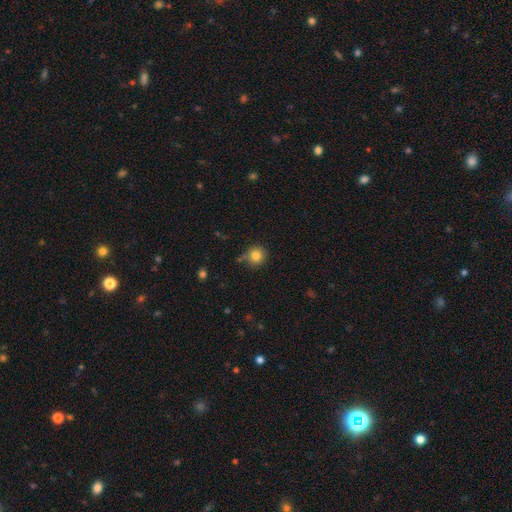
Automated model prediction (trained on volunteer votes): The model was most divided on "merging": none: 72%, minor disturbance: 17%, merger: 6%, major disturbance: 4%. More confident: how rounded — round (91%); smooth or featured — smooth (81%).